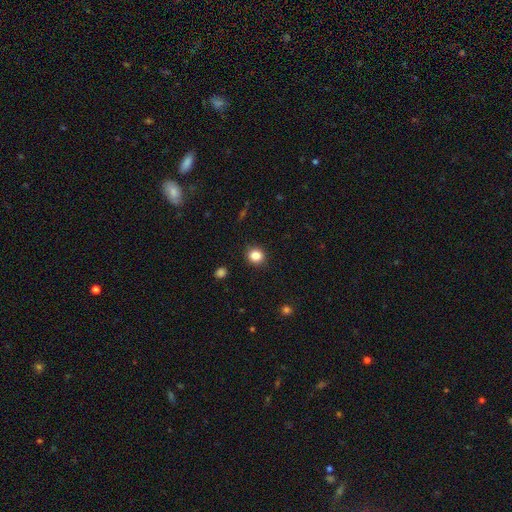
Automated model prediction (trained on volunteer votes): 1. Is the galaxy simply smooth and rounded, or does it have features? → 85% smooth, 11% star or artifact, 4% featured or disk.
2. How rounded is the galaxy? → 82% round, 17% in between, 1% cigar-shaped.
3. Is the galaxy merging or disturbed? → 90% none, 7% minor disturbance, 2% major disturbance, 1% merger.